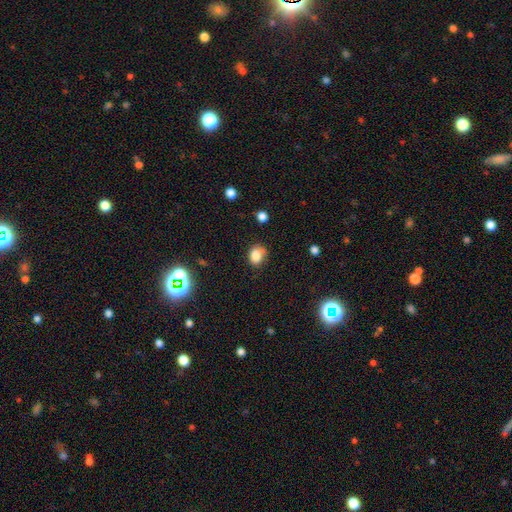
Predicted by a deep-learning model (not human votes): Smooth or featured? Predicted: smooth (p=0.79). How rounded? Predicted: round (p=0.53). Merging? Predicted: none (p=0.60).